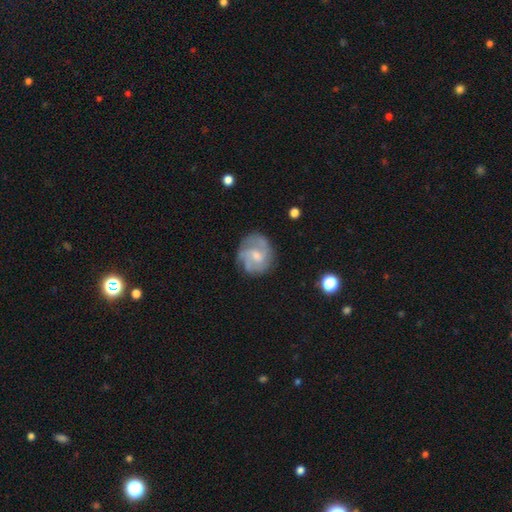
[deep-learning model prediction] smooth-or-featured: featured or disk: 70% | smooth: 23% | star or artifact: 7%
  disk-edge-on: no: 98% | yes: 2%
    bar: weak: 49% | no: 44% | strong: 8%
    has-spiral-arms: yes: 87% | no: 13%
      spiral-winding: medium: 44% | tight: 37% | loose: 19%
      spiral-arm-count: 3: 29% | can't tell: 28% | 2: 26% | 4: 7% | 1: 5% | more than 4: 4%
    bulge-size: moderate: 51% | small: 35% | none: 9% | large: 5% | dominant: 1%
  merging: none: 67% | minor disturbance: 20% | major disturbance: 11% | merger: 2%